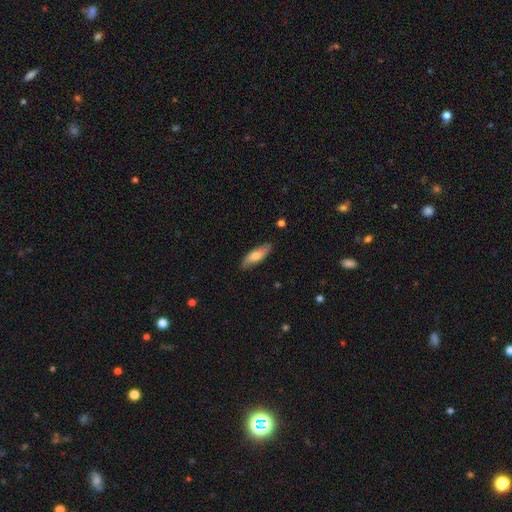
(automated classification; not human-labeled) smooth 60%, featured or disk 34%, star or artifact 6%. Down the decision tree: how rounded — in between (61%); merging — none (82%).